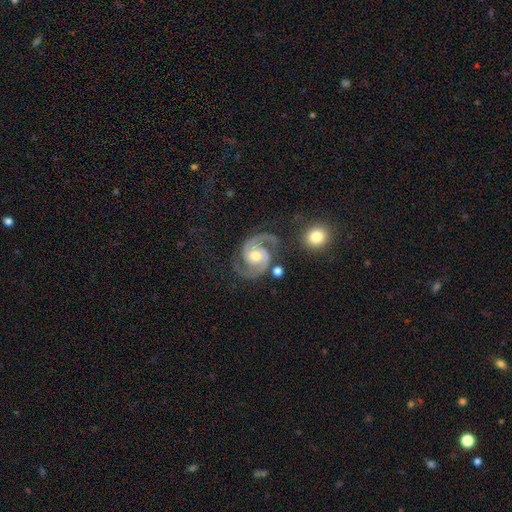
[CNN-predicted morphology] smooth_or_featured: featured or disk (p=0.93) [alt: star or artifact p=0.04]
disk_edge_on: no (p=0.98) [alt: yes p=0.02]
bar: no (p=0.59) [alt: weak p=0.31]
has_spiral_arms: yes (p=0.98) [alt: no p=0.02]
spiral_winding: medium (p=0.61) [alt: tight p=0.27]
spiral_arm_count: 2 (p=0.94) [alt: 3 p=0.02]
bulge_size: moderate (p=0.73) [alt: small p=0.19]
merging: none (p=0.75) [alt: minor disturbance p=0.15]